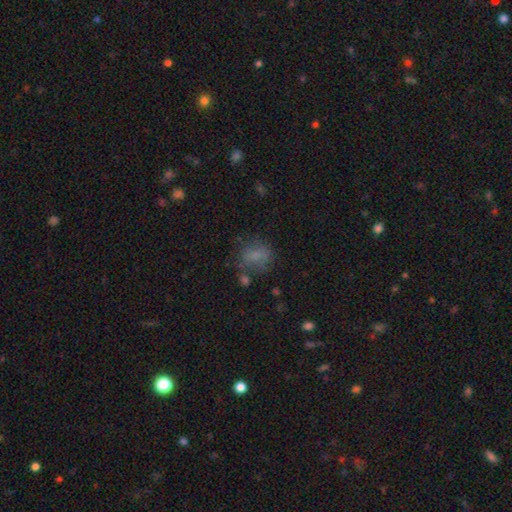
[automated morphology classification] This is likely a smooth galaxy (67%). How rounded: possibly round (51%). Merging: possibly none (56%).